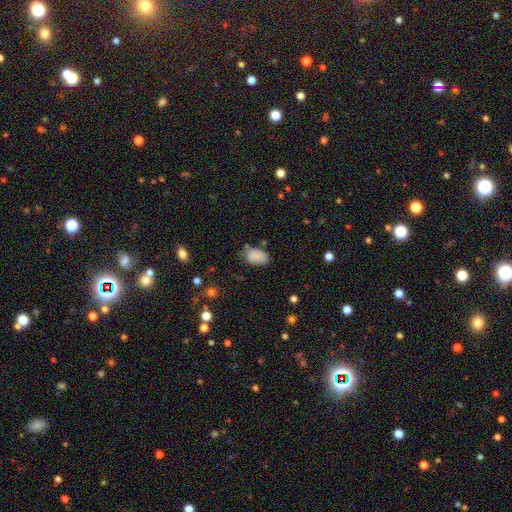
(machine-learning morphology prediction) A smooth galaxy with no disk features (85%) that is in between round and cigar-shaped (91%).

Vote fractions:
- Smooth or featured? smooth: 85% / star or artifact: 9% / featured or disk: 6%
- How rounded? in between: 91% / round: 7% / cigar-shaped: 1%
- Merging? none: 66% / minor disturbance: 24% / major disturbance: 6% / merger: 4%